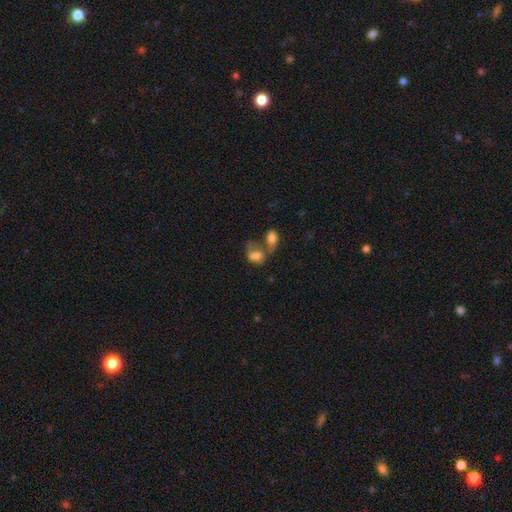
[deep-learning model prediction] smooth-or-featured: smooth: 68% | featured or disk: 21% | star or artifact: 11%
  how-rounded: in between: 71% | round: 27% | cigar-shaped: 2%
  merging: merger: 64% | none: 15% | major disturbance: 12% | minor disturbance: 9%